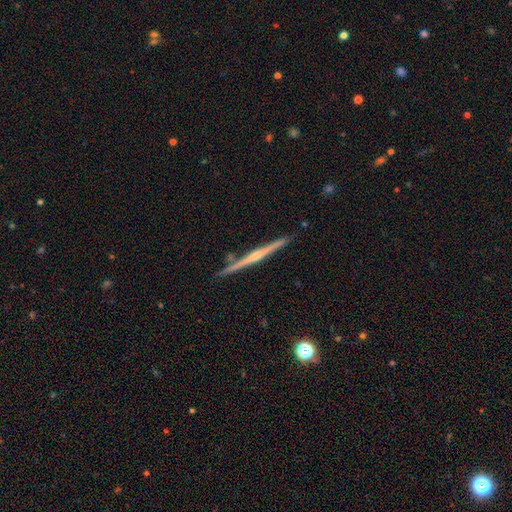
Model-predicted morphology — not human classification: Smooth or featured?
  - featured or disk: 76% *
  - smooth: 18%
  - star or artifact: 7%
Edge-on disk?
  - yes: 98% *
  - no: 2%
Edge-on bulge?
  - rounded: 63% *
  - none: 29%
  - boxy: 8%
Merging?
  - none: 89% *
  - minor disturbance: 8%
  - merger: 2%
  - major disturbance: 2%